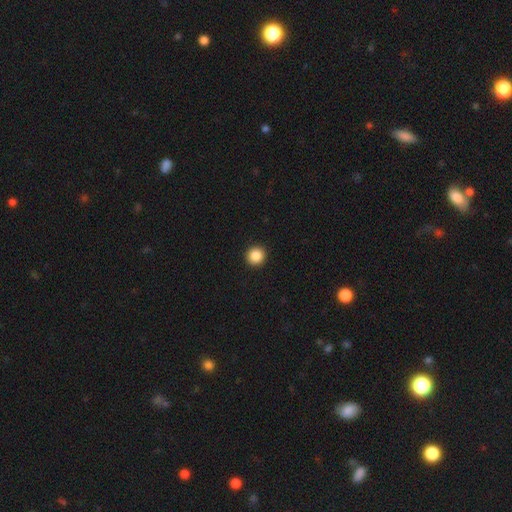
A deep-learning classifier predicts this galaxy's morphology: smooth_or_featured: smooth (p=0.87) [alt: star or artifact p=0.09]
how_rounded: round (p=0.95) [alt: in between p=0.04]
merging: none (p=0.94) [alt: minor disturbance p=0.04]